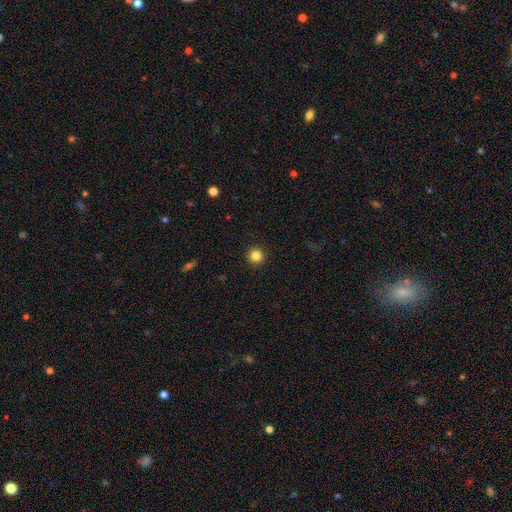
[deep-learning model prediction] This is clearly a smooth galaxy (85%). How rounded: clearly round (94%). Merging: clearly none (93%).